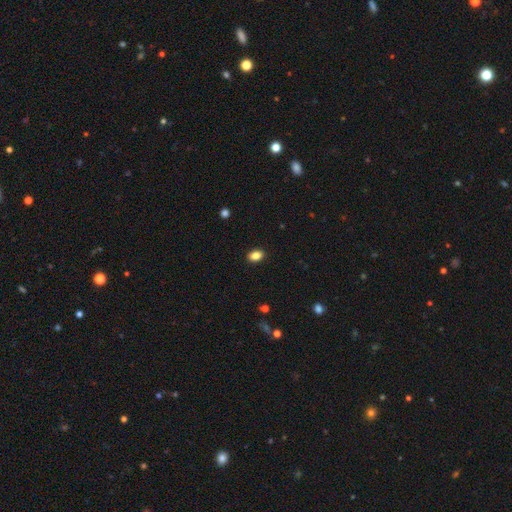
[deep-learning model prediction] smooth 86%, star or artifact 9%, featured or disk 5%. Down the decision tree: how rounded — in between (82%); merging — none (90%).